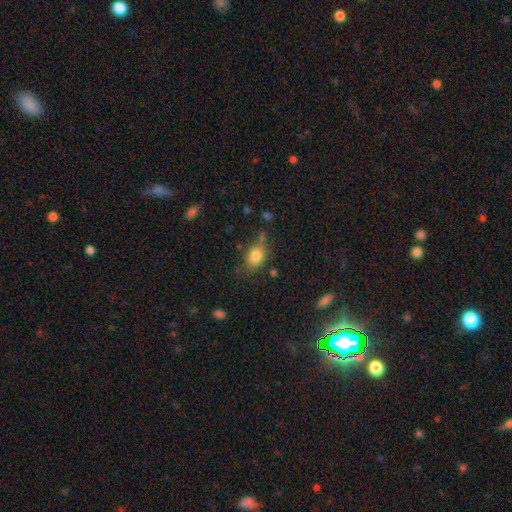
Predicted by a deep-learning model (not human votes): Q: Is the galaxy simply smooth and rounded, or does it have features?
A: smooth — 82%.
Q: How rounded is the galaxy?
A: in between — 70%.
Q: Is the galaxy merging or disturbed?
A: none — 68%.